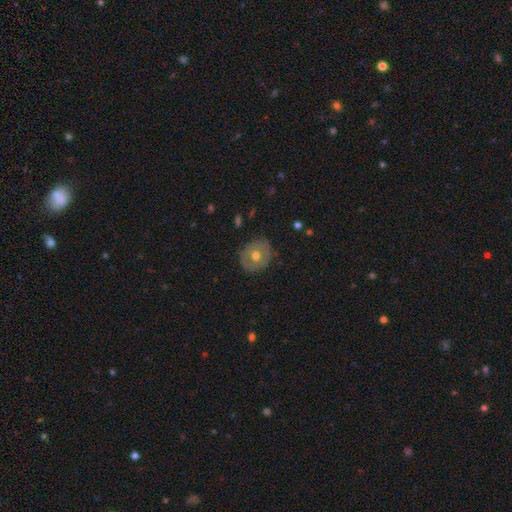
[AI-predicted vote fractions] Q: Smooth or featured?
A: smooth (50%); runner-up: featured or disk (43%)
Q: Merging?
A: none (85%); runner-up: minor disturbance (11%)